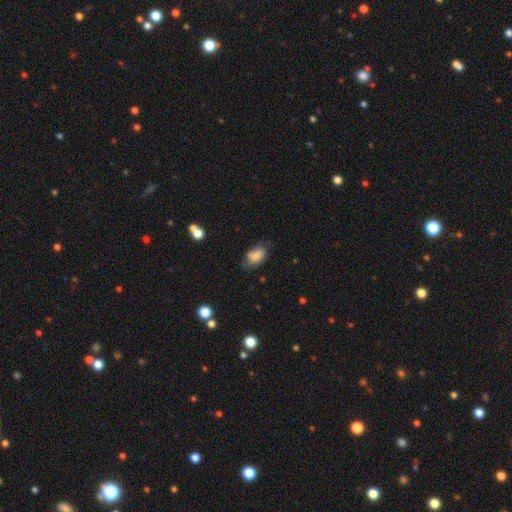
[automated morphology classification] smooth-or-featured: smooth: 84% | featured or disk: 8% | star or artifact: 8%
  how-rounded: in between: 90% | round: 8% | cigar-shaped: 2%
  merging: none: 64% | minor disturbance: 27% | major disturbance: 7% | merger: 2%